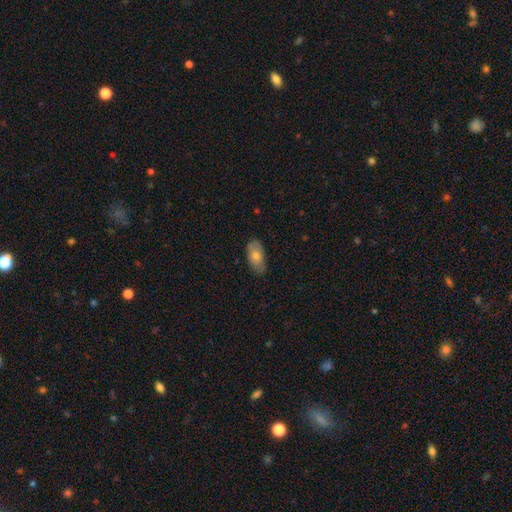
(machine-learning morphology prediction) Smooth or featured?
  - smooth: 65% *
  - featured or disk: 28%
  - star or artifact: 7%
How rounded?
  - in between: 90% *
  - cigar-shaped: 6%
  - round: 4%
Merging?
  - none: 76% *
  - minor disturbance: 20%
  - major disturbance: 3%
  - merger: 1%